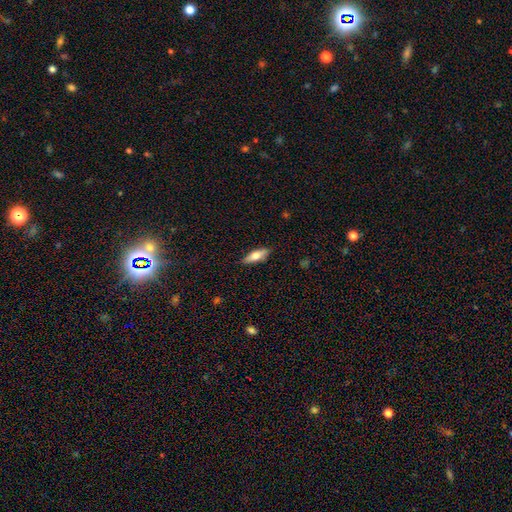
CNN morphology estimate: Smooth or featured? smooth (61%)
How rounded? in between (53%)
Merging? none (85%)